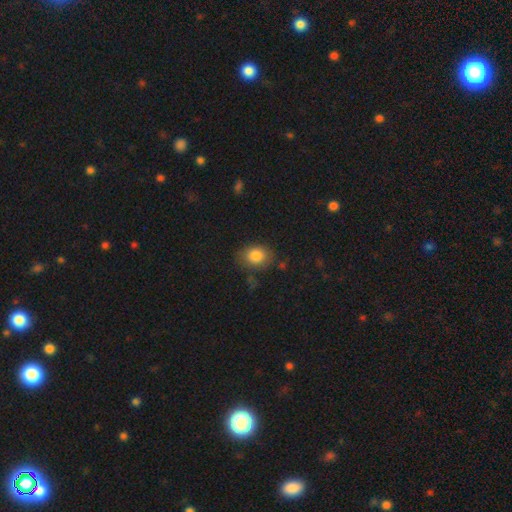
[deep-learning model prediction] smooth_or_featured: smooth (p=0.84) [alt: star or artifact p=0.09]
how_rounded: in between (p=0.61) [alt: round p=0.38]
merging: none (p=0.74) [alt: minor disturbance p=0.19]